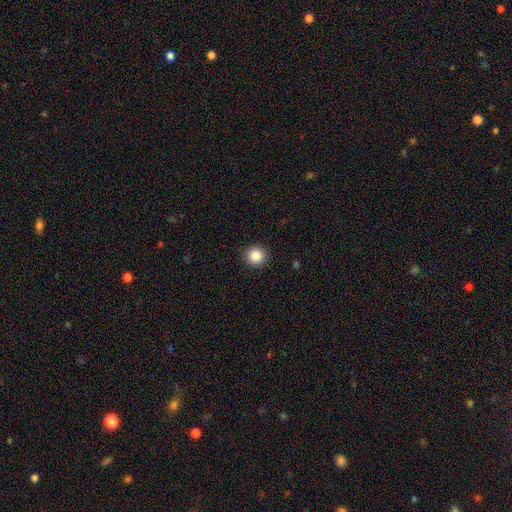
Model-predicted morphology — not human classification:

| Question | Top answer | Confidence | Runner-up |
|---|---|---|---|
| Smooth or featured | smooth | 86% | star or artifact (10%) |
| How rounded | round | 93% | in between (6%) |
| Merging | none | 92% | minor disturbance (6%) |